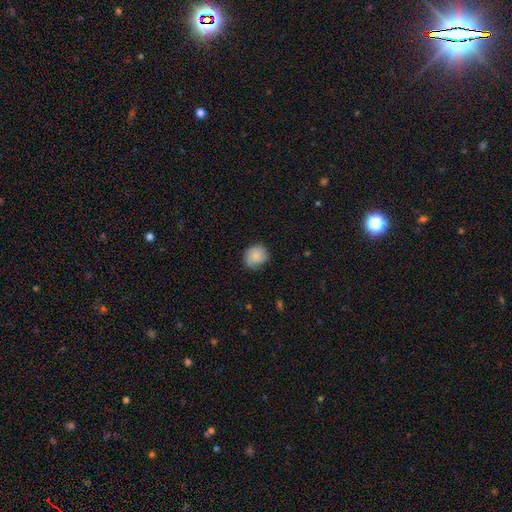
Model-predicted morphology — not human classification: Overall: smooth (80%). How rounded: round (81%). Merging: none (69%).